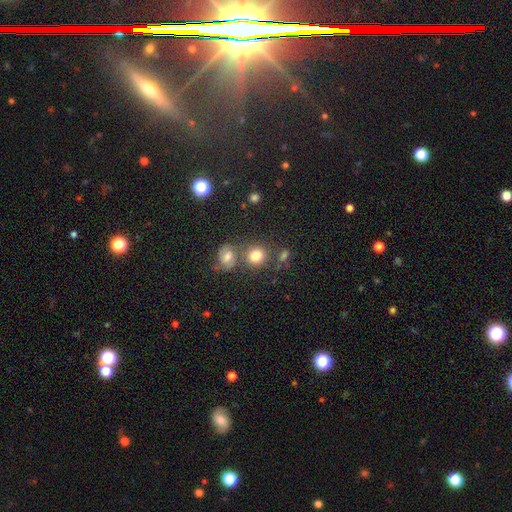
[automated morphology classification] A smooth galaxy with no disk features (79%) that is round (80%).

Vote fractions:
- Smooth or featured? smooth: 79% / star or artifact: 12% / featured or disk: 9%
- How rounded? round: 80% / in between: 19% / cigar-shaped: 1%
- Merging? none: 62% / merger: 22% / minor disturbance: 11% / major disturbance: 5%